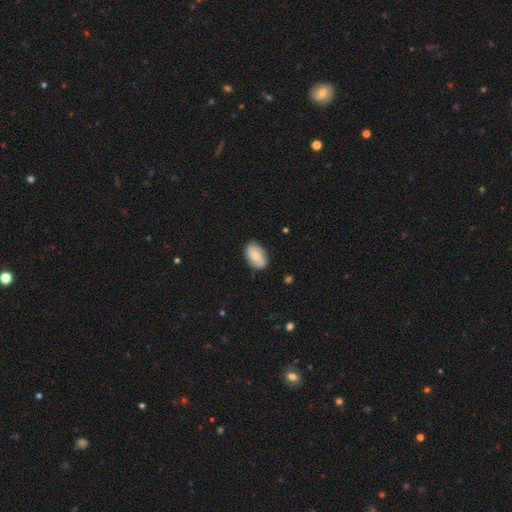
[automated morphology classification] This appears to be a smooth galaxy with no disk features (64%) that is in between round and cigar-shaped (89%). Merging: none (80%).